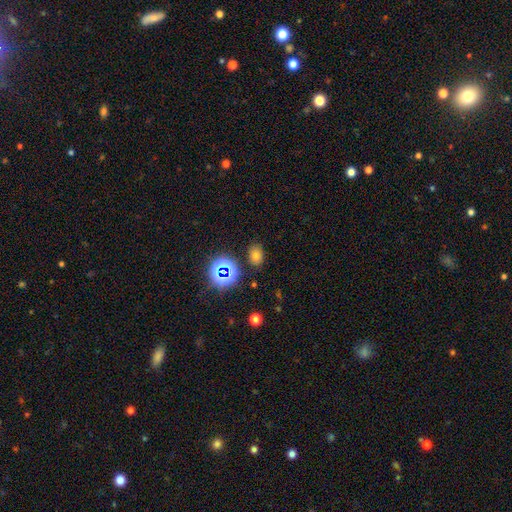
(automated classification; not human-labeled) This is likely a smooth galaxy (66%). How rounded: likely in between (74%). Merging: clearly none (84%).